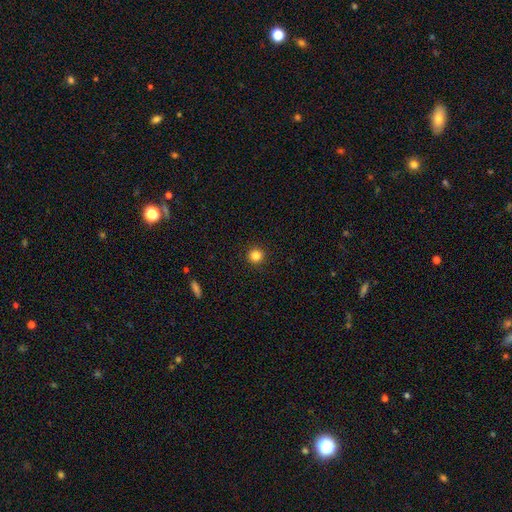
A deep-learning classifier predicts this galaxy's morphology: Smooth or featured? smooth (84%)
How rounded? round (95%)
Merging? none (93%)